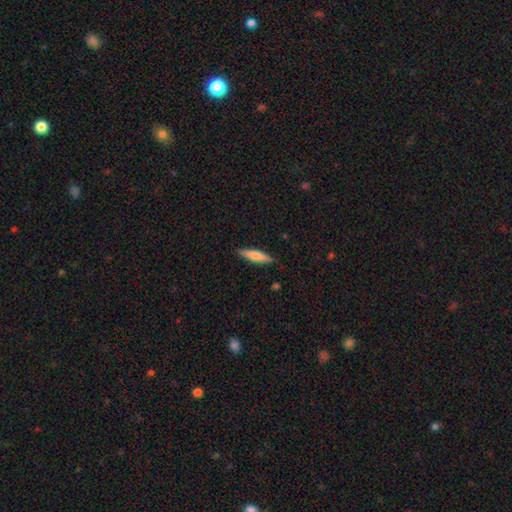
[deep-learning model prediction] A smooth galaxy with no disk features (69%) that is cigar-shaped (79%).

Vote fractions:
- Smooth or featured? smooth: 69% / featured or disk: 25% / star or artifact: 6%
- How rounded? cigar-shaped: 79% / in between: 20% / round: 2%
- Merging? none: 89% / minor disturbance: 8% / major disturbance: 2% / merger: 1%